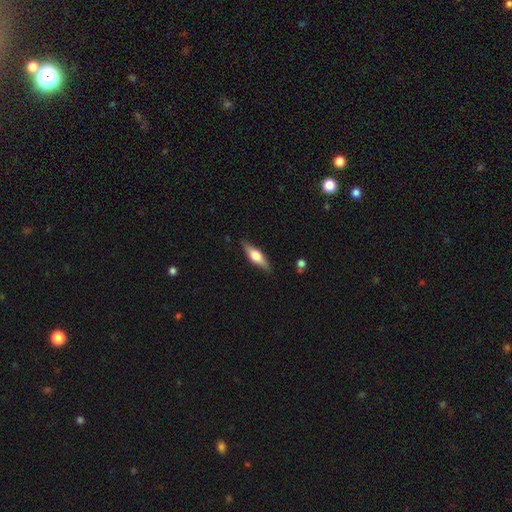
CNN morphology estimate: featured or disk 54%, smooth 40%, star or artifact 6%. Down the decision tree: edge-on disk — yes (94%); edge-on bulge — rounded (90%); merging — none (85%).